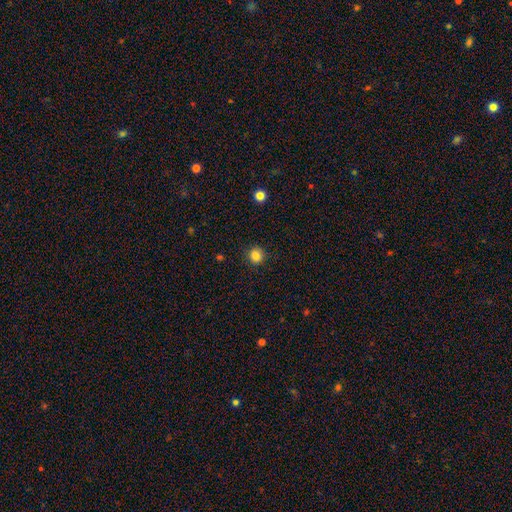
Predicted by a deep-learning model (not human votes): Smooth or featured?
  - smooth: 85% *
  - star or artifact: 11%
  - featured or disk: 4%
How rounded?
  - round: 91% *
  - in between: 8%
  - cigar-shaped: 1%
Merging?
  - none: 90% *
  - minor disturbance: 6%
  - major disturbance: 2%
  - merger: 1%